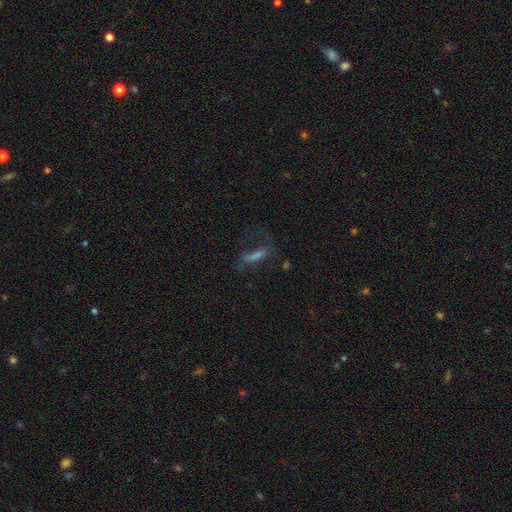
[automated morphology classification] Q: Smooth or featured?
A: smooth (42%); runner-up: featured or disk (36%)
Q: Merging?
A: none (46%); runner-up: major disturbance (31%)